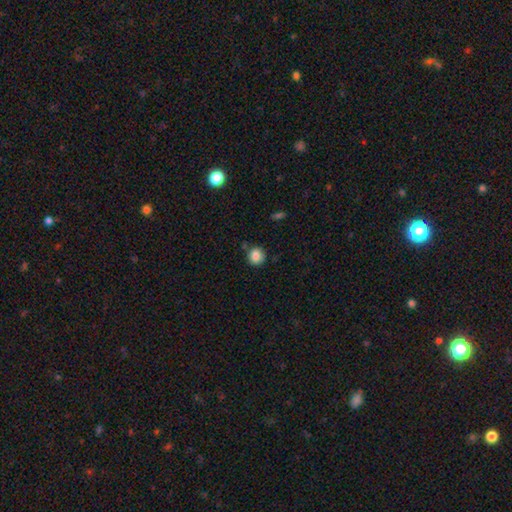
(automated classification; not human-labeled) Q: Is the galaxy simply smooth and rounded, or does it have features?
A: smooth — 83%.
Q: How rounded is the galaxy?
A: round — 83%.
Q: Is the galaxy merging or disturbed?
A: none — 77%.